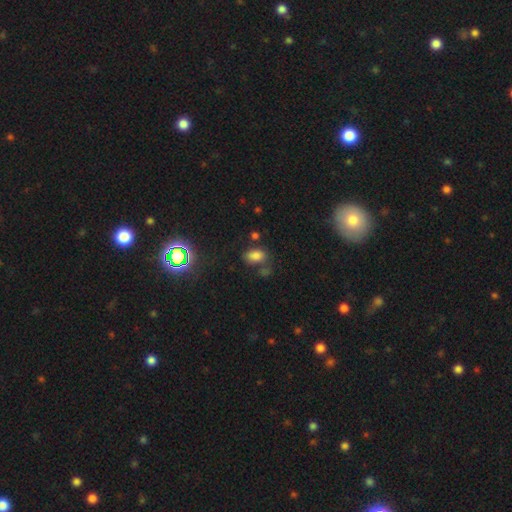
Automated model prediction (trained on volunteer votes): Smooth or featured? smooth (73%)
How rounded? in between (86%)
Merging? none (61%)